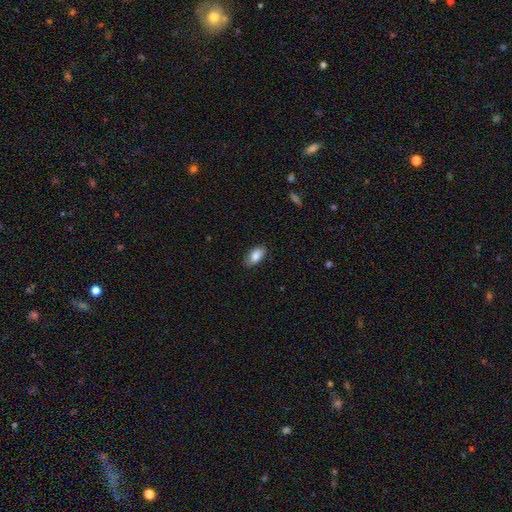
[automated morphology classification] smooth_or_featured: smooth (p=0.83) [alt: featured or disk p=0.10]
how_rounded: in between (p=0.93) [alt: round p=0.04]
merging: none (p=0.81) [alt: minor disturbance p=0.15]